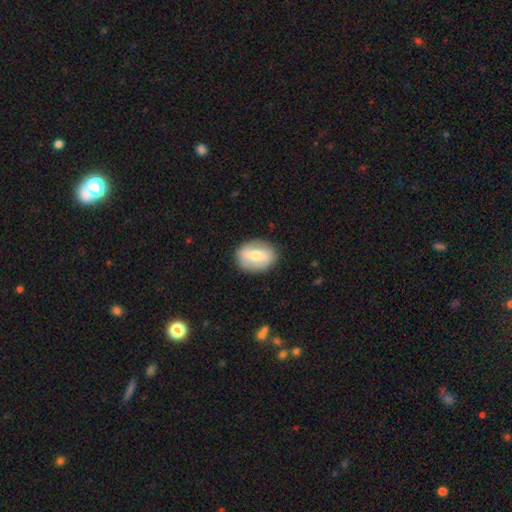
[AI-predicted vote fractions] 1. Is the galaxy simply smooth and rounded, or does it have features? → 52% smooth, 41% featured or disk, 7% star or artifact.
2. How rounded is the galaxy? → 65% in between, 33% round, 2% cigar-shaped.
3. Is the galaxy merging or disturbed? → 85% none, 11% minor disturbance, 3% major disturbance, 1% merger.